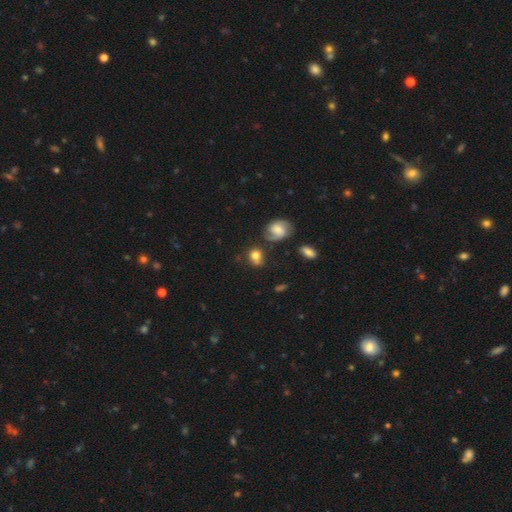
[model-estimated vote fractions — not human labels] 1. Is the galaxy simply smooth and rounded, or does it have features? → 72% smooth, 18% featured or disk, 10% star or artifact.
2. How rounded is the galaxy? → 69% round, 30% in between, 1% cigar-shaped.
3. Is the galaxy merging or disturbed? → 52% none, 21% minor disturbance, 15% merger, 11% major disturbance.